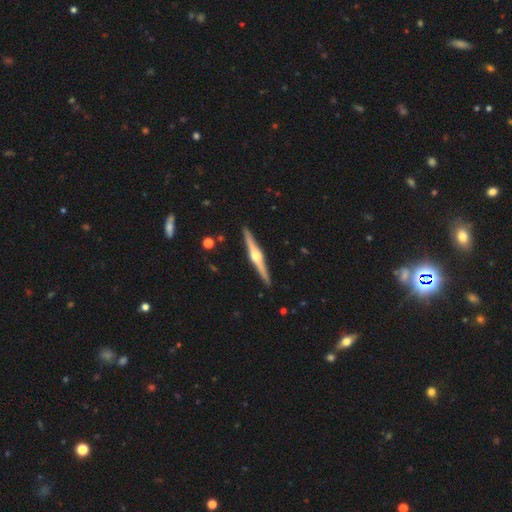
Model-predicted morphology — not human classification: This is clearly a featured or disk galaxy (84%). It is clearly viewed edge-on (99%). Edge-on bulge: clearly rounded (94%). Merging: clearly none (92%).